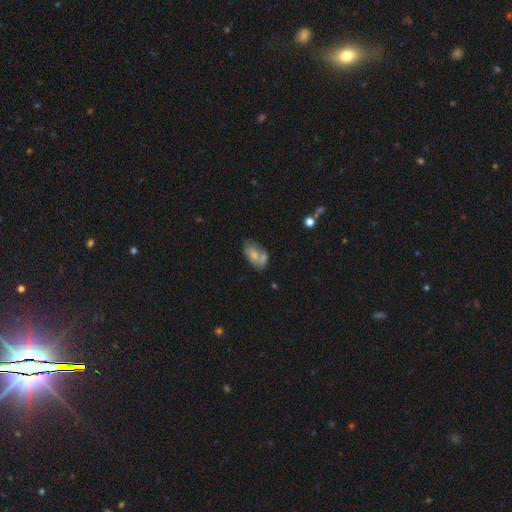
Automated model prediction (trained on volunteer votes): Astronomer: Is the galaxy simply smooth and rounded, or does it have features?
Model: smooth — 63%.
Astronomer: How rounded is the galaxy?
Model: in between — 90%.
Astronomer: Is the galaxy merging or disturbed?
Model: none — 39% (runner-up: merger, 32%).